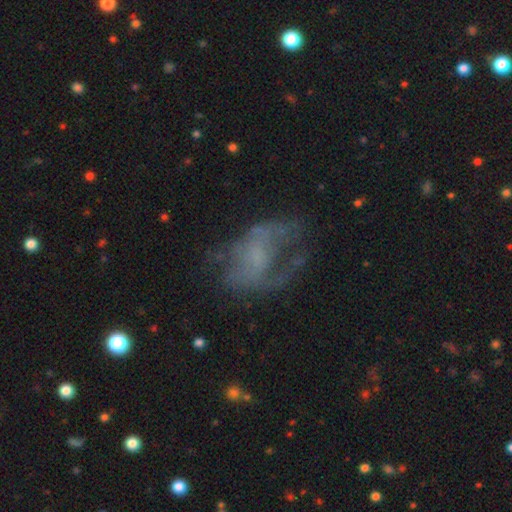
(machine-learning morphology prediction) The model was most divided on "spiral arms": yes: 51%, no: 49%. Remaining: edge-on disk — no (96%); bar — no (71%); smooth or featured — featured or disk (56%); bulge size — none (51%); merging — none (43%).